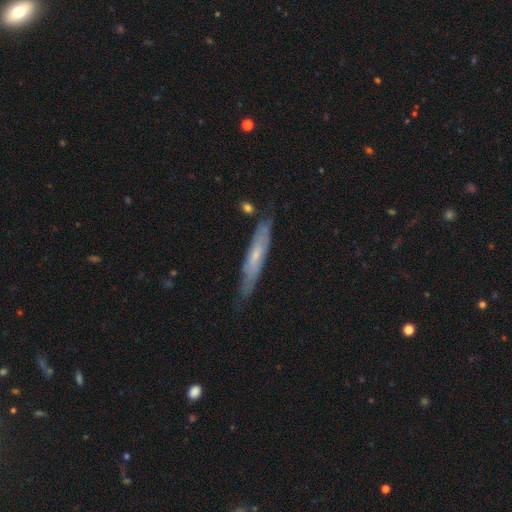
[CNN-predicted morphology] Smooth or featured?
  - featured or disk: 54% *
  - smooth: 39%
  - star or artifact: 7%
Edge-on disk?
  - yes: 69% *
  - no: 31%
Merging?
  - none: 73% *
  - minor disturbance: 20%
  - major disturbance: 4%
  - merger: 3%